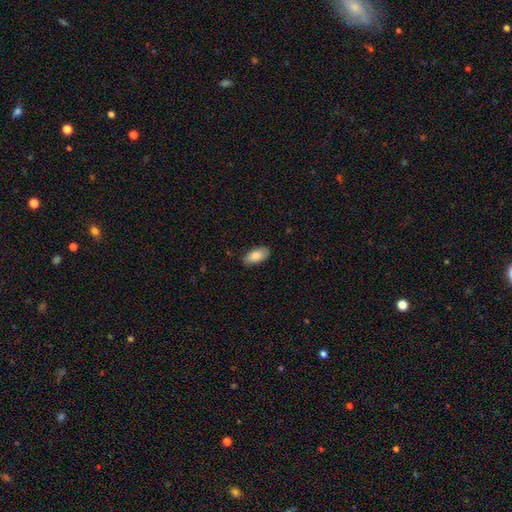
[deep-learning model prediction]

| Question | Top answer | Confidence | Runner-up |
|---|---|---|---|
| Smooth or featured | smooth | 86% | featured or disk (8%) |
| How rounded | in between | 91% | cigar-shaped (6%) |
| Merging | none | 84% | minor disturbance (13%) |